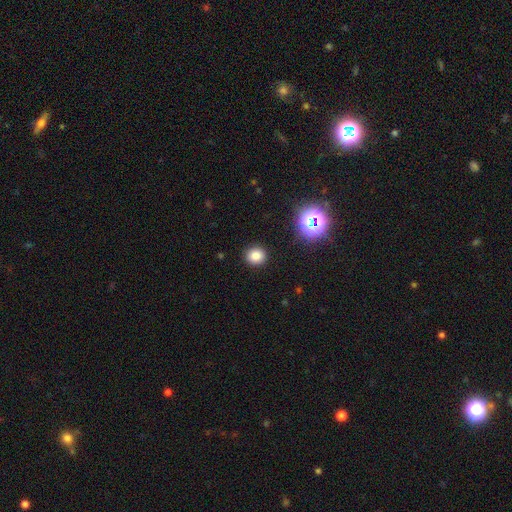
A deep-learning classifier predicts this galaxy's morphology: smooth-or-featured: smooth: 80% | star or artifact: 15% | featured or disk: 5%
  how-rounded: round: 83% | in between: 16% | cigar-shaped: 1%
  merging: none: 91% | minor disturbance: 6% | major disturbance: 2% | merger: 1%